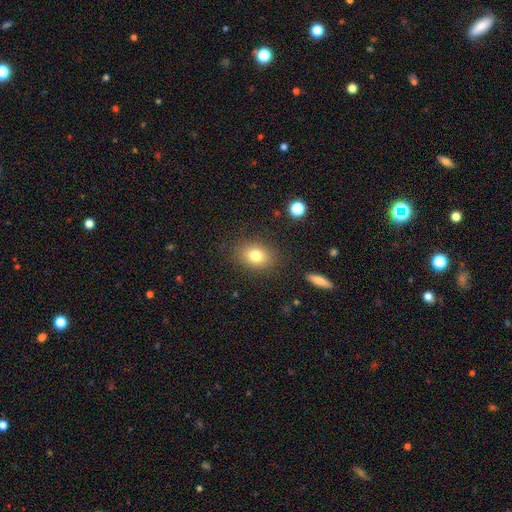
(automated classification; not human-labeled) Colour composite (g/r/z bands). It shows a smooth galaxy with no disk features (79%) that is in between round and cigar-shaped (64%). Merging: none (85%).